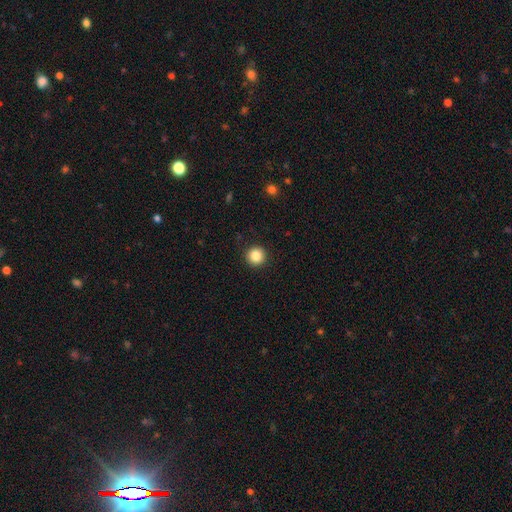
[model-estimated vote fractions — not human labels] smooth 86%, star or artifact 10%, featured or disk 4%. Down the decision tree: how rounded — round (95%); merging — none (92%).